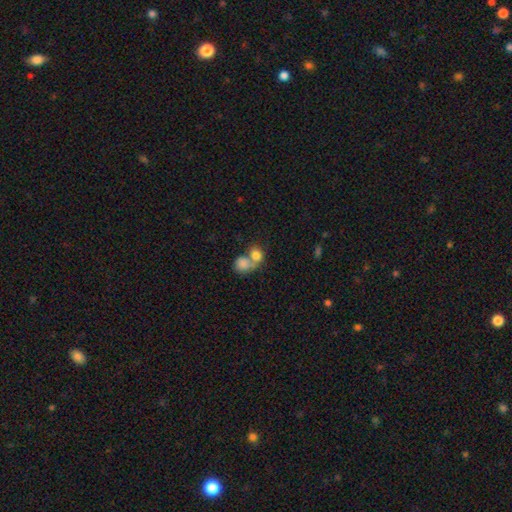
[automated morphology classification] Smooth or featured?
  - smooth: 80% *
  - featured or disk: 11%
  - star or artifact: 9%
How rounded?
  - round: 62% *
  - in between: 37%
  - cigar-shaped: 1%
Merging?
  - merger: 61% *
  - none: 28%
  - minor disturbance: 7%
  - major disturbance: 4%